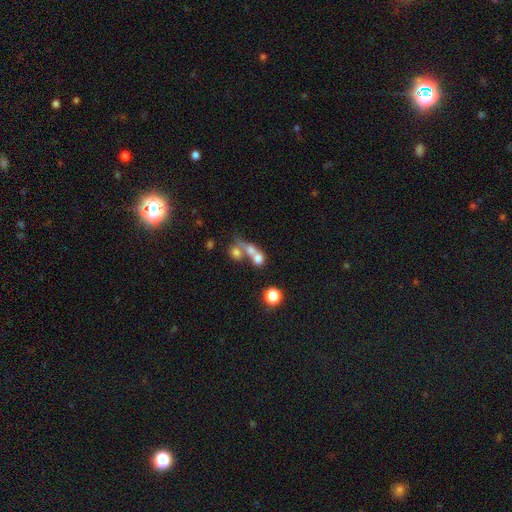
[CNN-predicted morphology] Smooth or featured? Predicted: smooth (p=0.61). How rounded? Predicted: round (p=0.53). Merging? Predicted: merger (p=0.61).